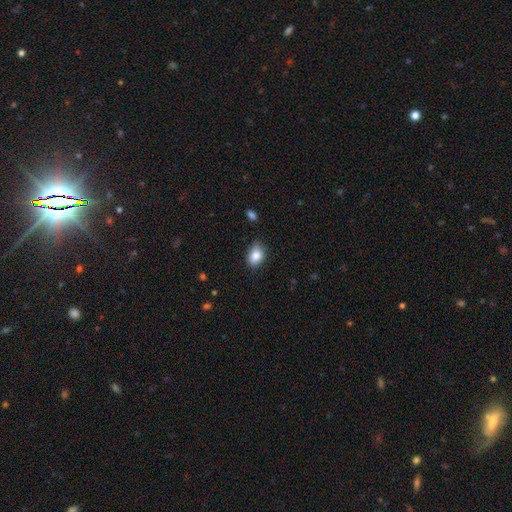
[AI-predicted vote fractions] A smooth galaxy with no disk features (85%) that is in between round and cigar-shaped (78%).

Vote fractions:
- Smooth or featured? smooth: 85% / star or artifact: 8% / featured or disk: 7%
- How rounded? in between: 78% / round: 21% / cigar-shaped: 1%
- Merging? none: 71% / minor disturbance: 23% / major disturbance: 4% / merger: 2%